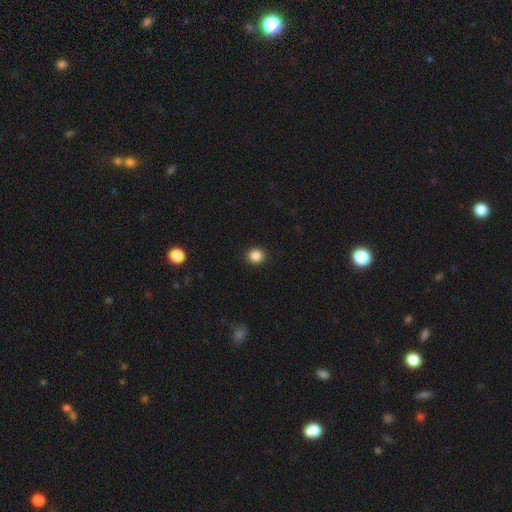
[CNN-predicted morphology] Smooth or featured? smooth (86%)
How rounded? round (85%)
Merging? none (92%)